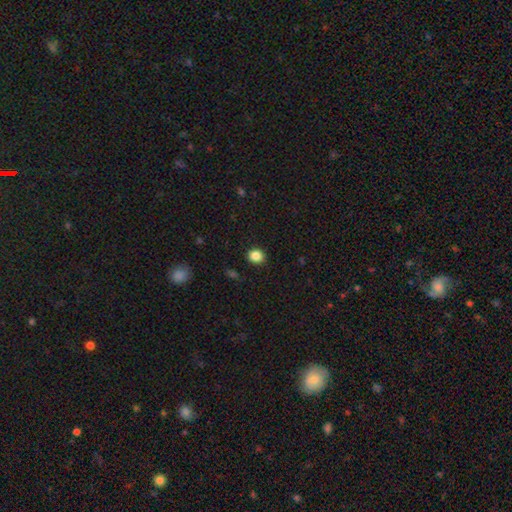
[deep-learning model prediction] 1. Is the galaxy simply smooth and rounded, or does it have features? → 87% smooth, 10% star or artifact, 3% featured or disk.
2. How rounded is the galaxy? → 74% round, 26% in between, 1% cigar-shaped.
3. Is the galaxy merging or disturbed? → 90% none, 7% minor disturbance, 2% major disturbance, 1% merger.